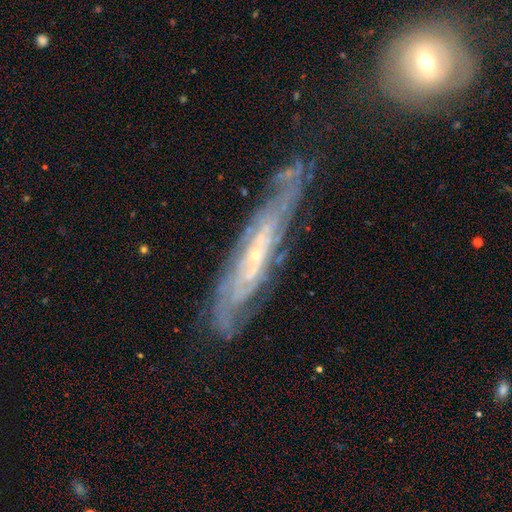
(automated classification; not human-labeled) A featured or disk galaxy (81%) with no bar (57%), spiral arms (89%) and a small central bulge (80%). Merging: none (69%).